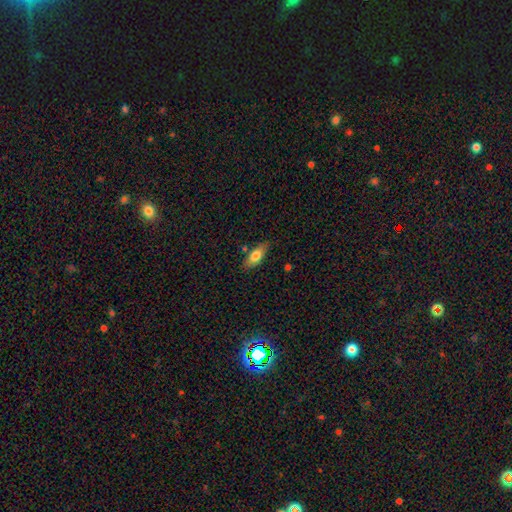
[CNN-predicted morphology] Smooth or featured: smooth — 74% (featured or disk — 19%)
How rounded: in between — 76% (cigar-shaped — 21%)
Merging: none — 77% (minor disturbance — 15%)